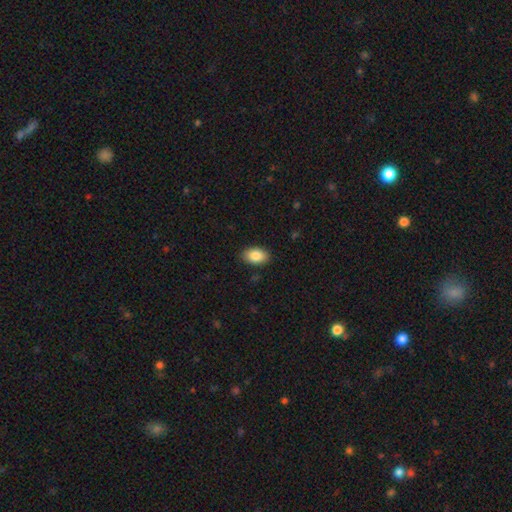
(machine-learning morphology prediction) smooth-or-featured: smooth: 86% | featured or disk: 7% | star or artifact: 7%
  how-rounded: in between: 91% | round: 8% | cigar-shaped: 1%
  merging: none: 89% | minor disturbance: 8% | major disturbance: 2% | merger: 1%